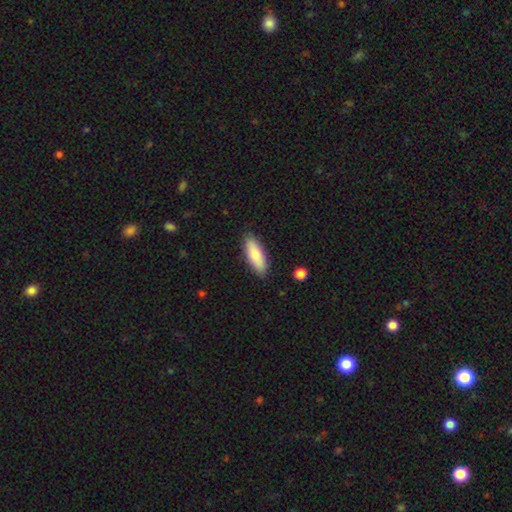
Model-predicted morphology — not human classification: Smooth or featured: smooth — 83% (featured or disk — 12%)
How rounded: in between — 64% (cigar-shaped — 34%)
Merging: none — 87% (minor disturbance — 10%)